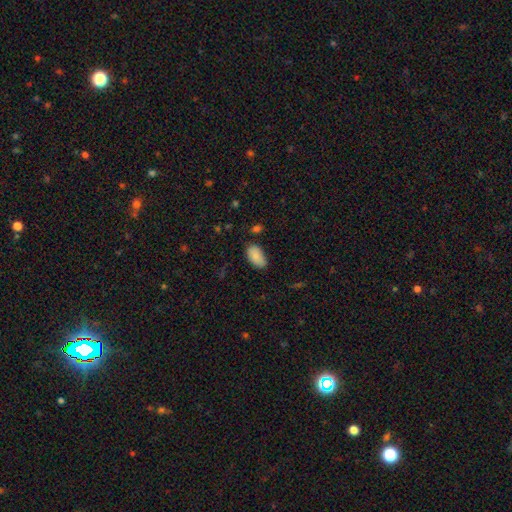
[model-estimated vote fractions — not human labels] This is clearly a smooth galaxy (87%). How rounded: clearly in between (95%). Merging: likely none (75%).